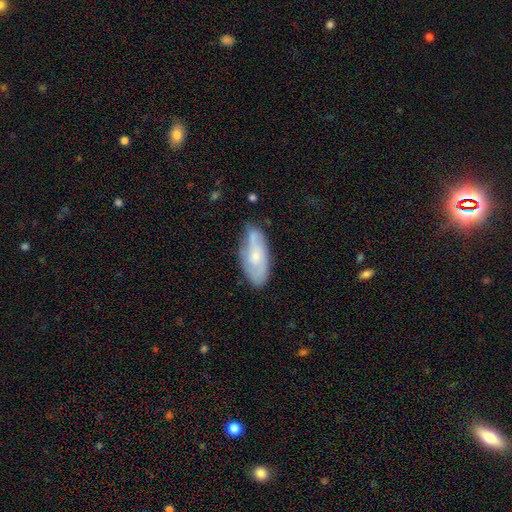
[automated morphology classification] smooth-or-featured: smooth: 51% | featured or disk: 42% | star or artifact: 7%
  how-rounded: in between: 82% | cigar-shaped: 16% | round: 2%
  merging: none: 65% | minor disturbance: 25% | major disturbance: 6% | merger: 5%